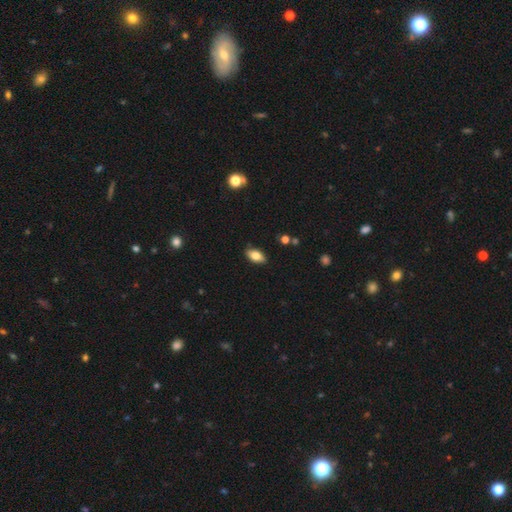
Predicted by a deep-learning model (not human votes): smooth_or_featured: smooth (p=0.78) [alt: featured or disk p=0.14]
how_rounded: in between (p=0.90) [alt: cigar-shaped p=0.05]
merging: none (p=0.86) [alt: minor disturbance p=0.11]